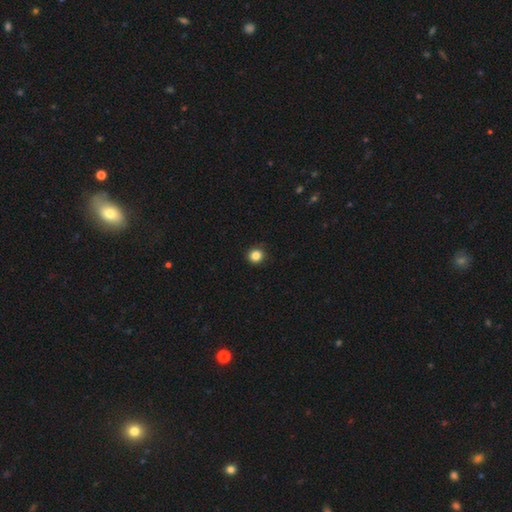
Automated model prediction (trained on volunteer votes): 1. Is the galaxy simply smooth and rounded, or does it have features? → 85% smooth, 11% star or artifact, 4% featured or disk.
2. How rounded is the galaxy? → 91% round, 8% in between, 1% cigar-shaped.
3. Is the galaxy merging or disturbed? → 90% none, 7% minor disturbance, 2% major disturbance, 1% merger.